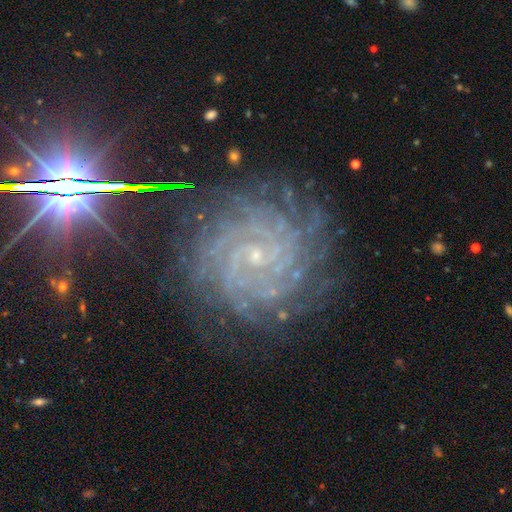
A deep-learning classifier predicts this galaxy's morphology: Overall: featured or disk (83%). Edge-on disk: no (97%). Bar: no (71%). Spiral arms: yes (98%). Spiral arm count: more than 4 (30%; can't tell 20%). Spiral winding: tight (83%). Bulge size: small (86%). Merging: none (80%).